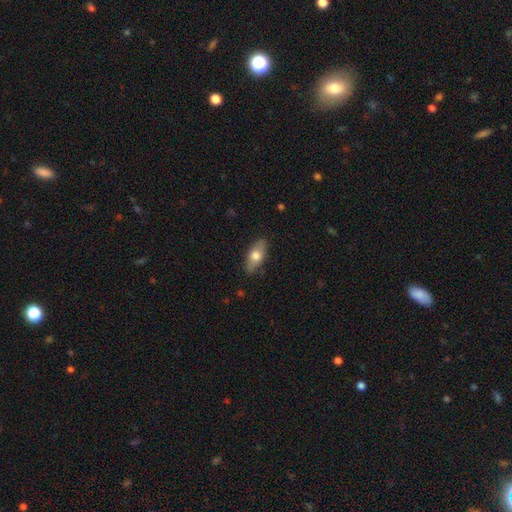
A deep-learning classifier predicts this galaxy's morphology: Smooth or featured? smooth (66%)
How rounded? in between (82%)
Merging? none (85%)